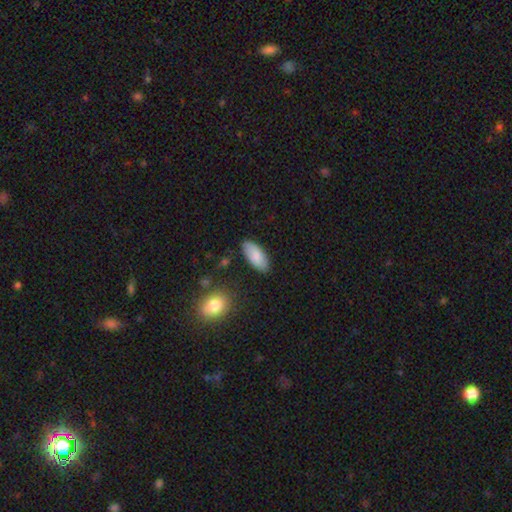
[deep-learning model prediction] Overall: smooth (85%). How rounded: in between (90%). Merging: none (84%).